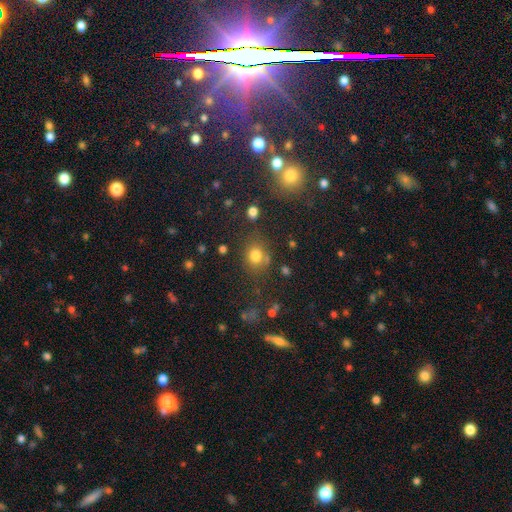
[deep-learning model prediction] A smooth galaxy with no disk features (76%) that is round (70%). Merging: none (69%).